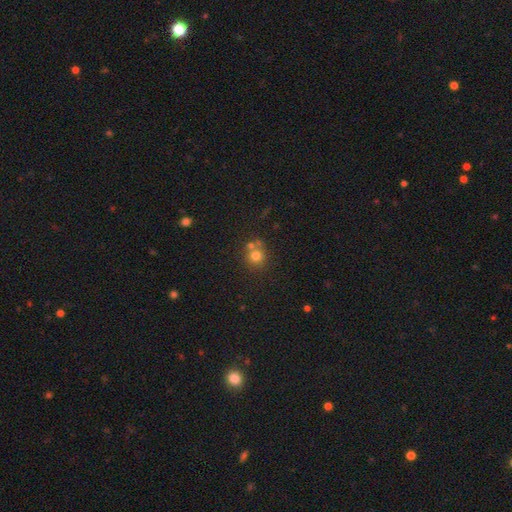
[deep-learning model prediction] The model was most divided on "merging": none: 59%, merger: 29%, minor disturbance: 9%, major disturbance: 3%. More confident: how rounded — round (88%); smooth or featured — smooth (73%).